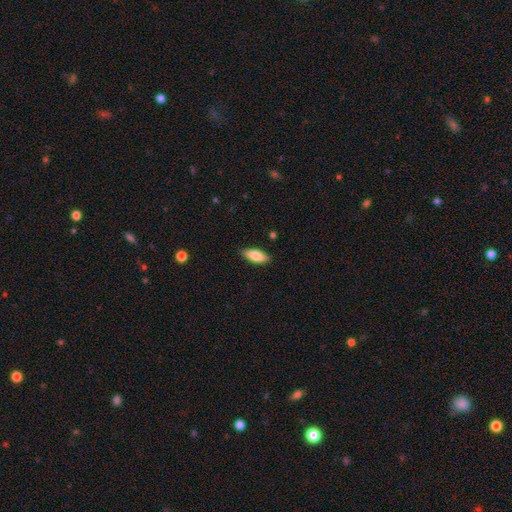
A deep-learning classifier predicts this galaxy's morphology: The model was most divided on "how rounded": in between: 78%, cigar-shaped: 20%, round: 2%. More confident: merging — none (87%); smooth or featured — smooth (83%).